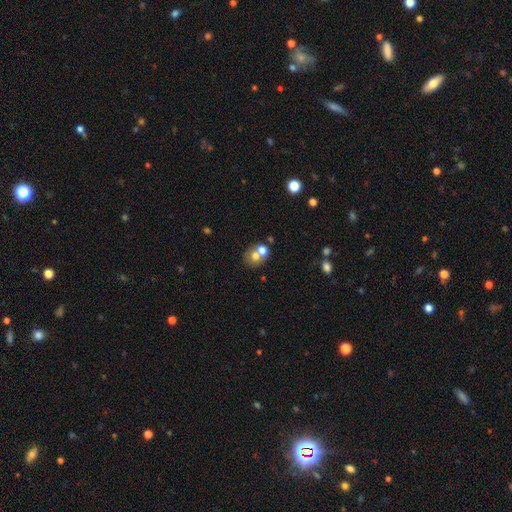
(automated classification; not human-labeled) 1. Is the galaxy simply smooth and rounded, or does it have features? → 64% smooth, 24% featured or disk, 11% star or artifact.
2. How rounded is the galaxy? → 67% round, 32% in between, 1% cigar-shaped.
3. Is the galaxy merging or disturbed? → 50% merger, 37% none, 8% minor disturbance, 4% major disturbance.